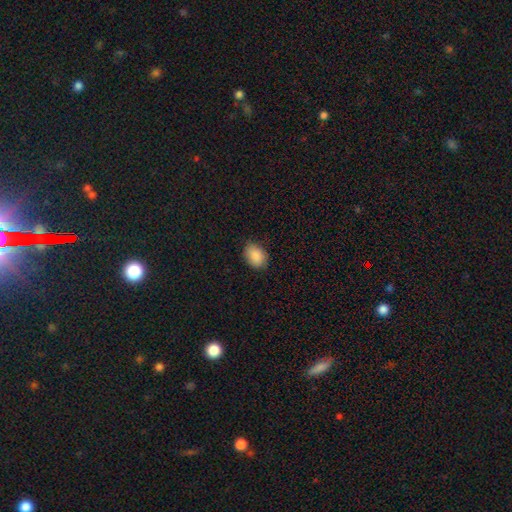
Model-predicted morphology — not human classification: type=smooth (89%); roundness=in between (77%); merging=none (83%).